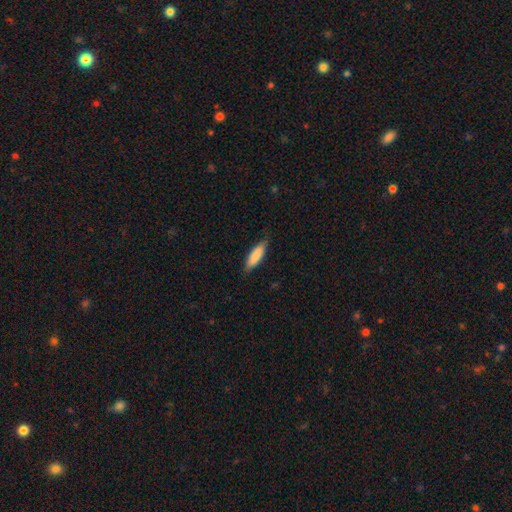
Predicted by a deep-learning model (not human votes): Q: Smooth or featured?
A: smooth (84%); runner-up: featured or disk (10%)
Q: How rounded?
A: cigar-shaped (59%); runner-up: in between (40%)
Q: Merging?
A: none (82%); runner-up: minor disturbance (15%)